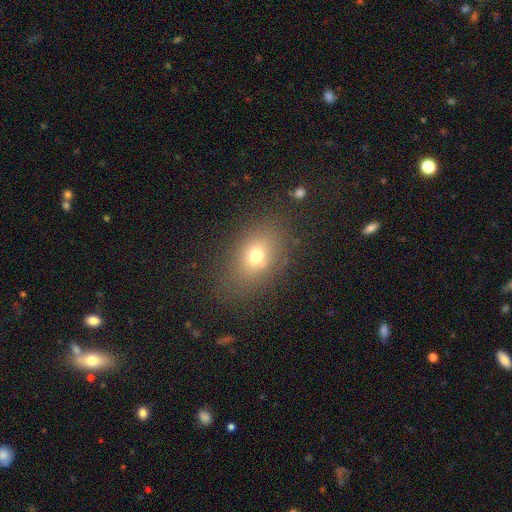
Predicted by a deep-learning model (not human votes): Morphology: type=smooth (69%); roundness=in between (69%); merging=none (79%).